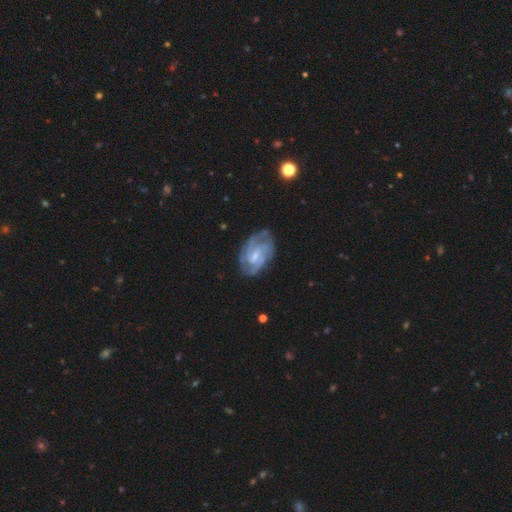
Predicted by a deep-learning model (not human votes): A featured or disk galaxy (83%) with a weak bar (56%), 2 (40%) tight (53%) spiral arms (94%) and a small central bulge (49%).

Vote fractions:
- Smooth or featured? featured or disk: 83% / smooth: 12% / star or artifact: 5%
- Edge-on disk? no: 97% / yes: 3%
- Bar? weak: 56% / no: 26% / strong: 18%
- Spiral arms? yes: 94% / no: 6%
- Spiral winding? tight: 53% / medium: 38% / loose: 8%
- Spiral arm count? 2: 40% / can't tell: 24% / 3: 22% / 4: 7% / 1: 4% / more than 4: 4%
- Bulge size? small: 49% / moderate: 35% / none: 12% / large: 2% / dominant: 1%
- Merging? none: 70% / minor disturbance: 20% / major disturbance: 8% / merger: 2%